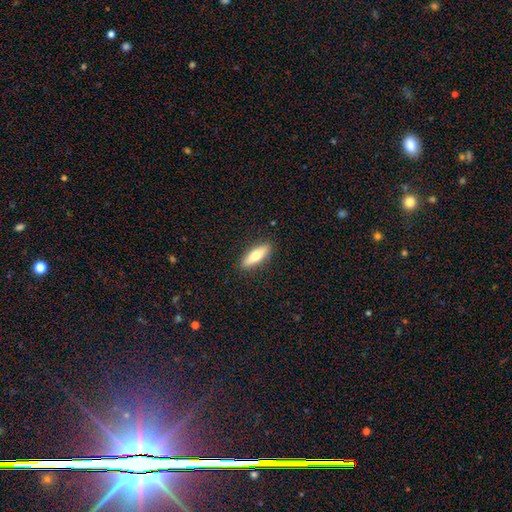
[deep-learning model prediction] A smooth galaxy with no disk features (65%) that is cigar-shaped (57%). Merging: none (90%).